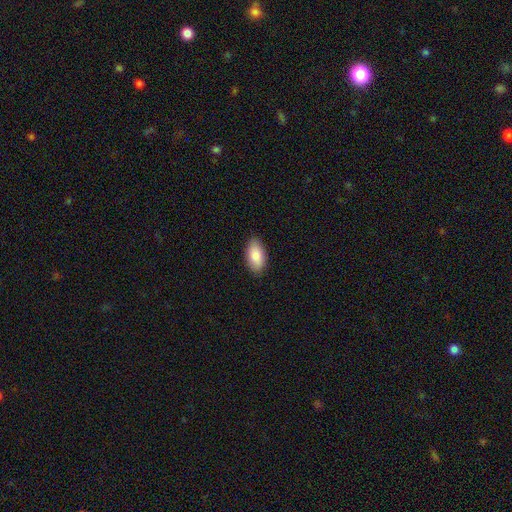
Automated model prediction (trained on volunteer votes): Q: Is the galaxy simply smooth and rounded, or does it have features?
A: smooth — 87%.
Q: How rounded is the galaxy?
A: in between — 94%.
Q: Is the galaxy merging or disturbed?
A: none — 88%.